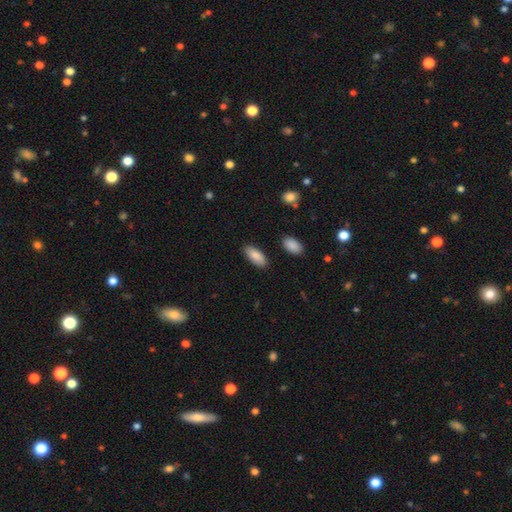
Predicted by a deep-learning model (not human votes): The model was most divided on "how rounded": in between: 84%, cigar-shaped: 14%, round: 2%. More confident: smooth or featured — smooth (88%); merging — none (87%).